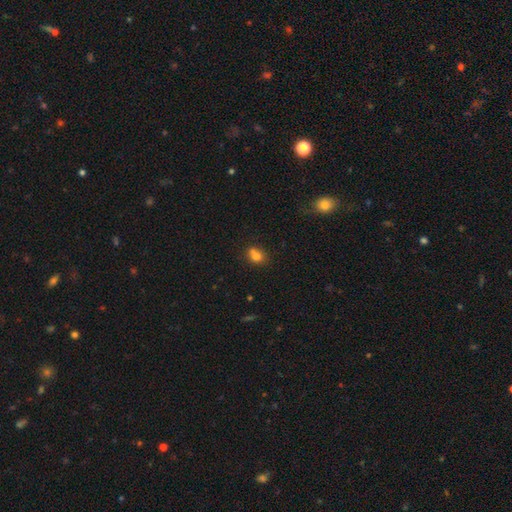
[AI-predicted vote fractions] Smooth or featured: smooth — 75% (star or artifact — 12%)
How rounded: round — 49% (tied with in between — 49%)
Merging: none — 45% (merger — 34%)